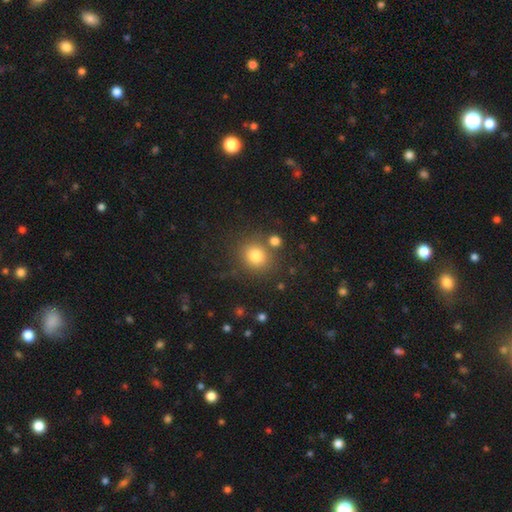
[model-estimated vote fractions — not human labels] smooth_or_featured: smooth (p=0.80) [alt: star or artifact p=0.13]
how_rounded: round (p=0.82) [alt: in between p=0.17]
merging: none (p=0.78) [alt: minor disturbance p=0.09]